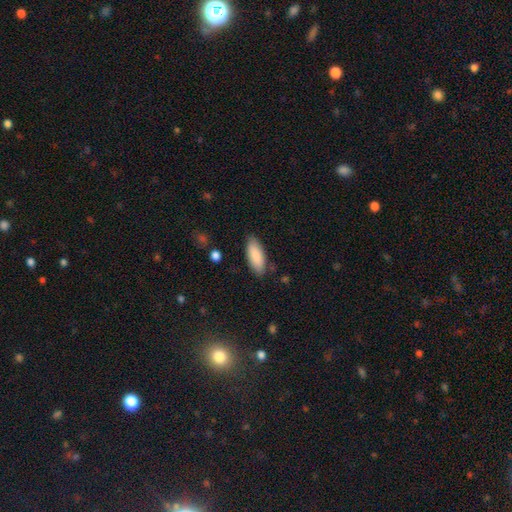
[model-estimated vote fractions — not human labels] This appears to be a smooth galaxy with no disk features (88%) that is in between round and cigar-shaped (75%). Merging: none (84%).